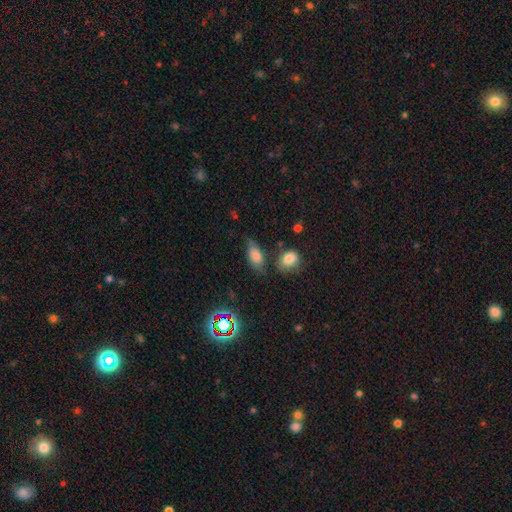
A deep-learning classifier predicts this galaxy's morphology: smooth-or-featured: smooth: 70% | featured or disk: 18% | star or artifact: 12%
  how-rounded: in between: 86% | round: 8% | cigar-shaped: 6%
  merging: none: 52% | minor disturbance: 29% | major disturbance: 11% | merger: 8%